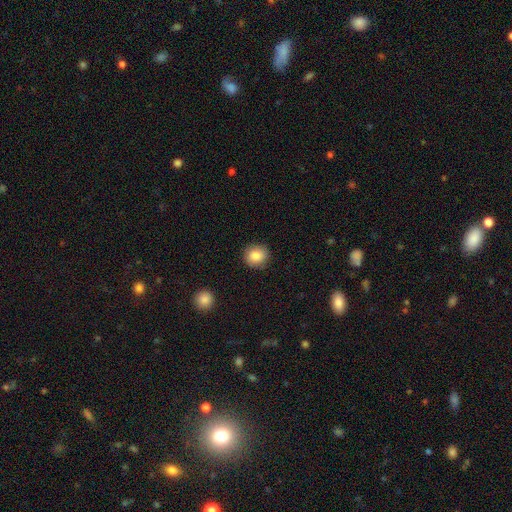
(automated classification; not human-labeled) smooth 84%, star or artifact 9%, featured or disk 8%. Down the decision tree: how rounded — round (86%); merging — none (88%).